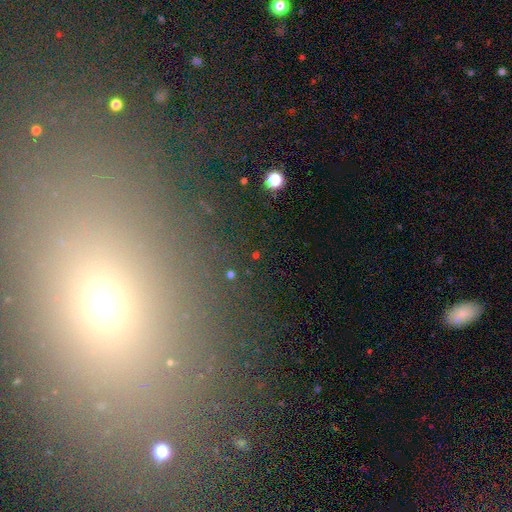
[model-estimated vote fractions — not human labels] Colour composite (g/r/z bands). It shows a star or artifact, not a galaxy (58%).